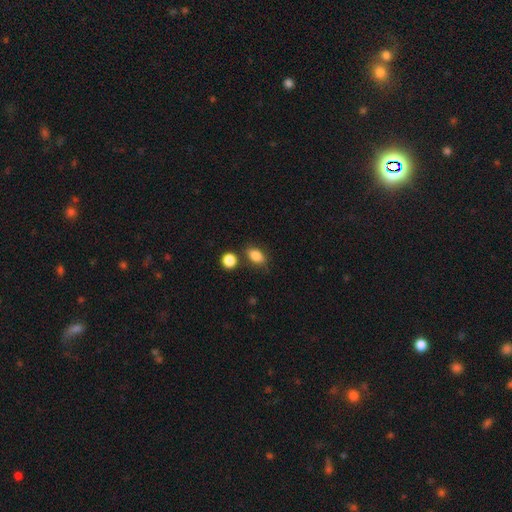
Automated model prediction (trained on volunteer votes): This is clearly a smooth galaxy (84%). How rounded: clearly in between (82%). Merging: likely none (75%).